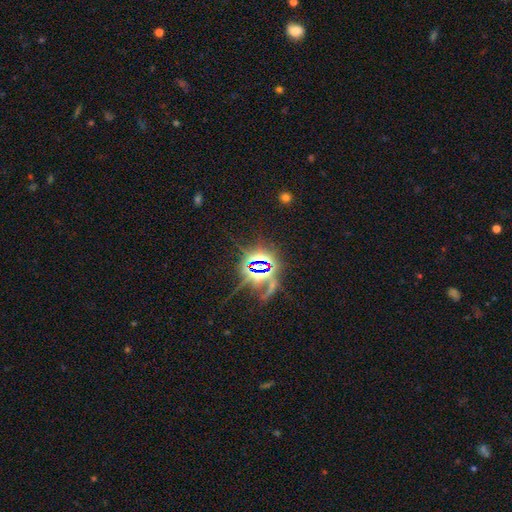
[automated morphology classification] type=star or artifact (80%).